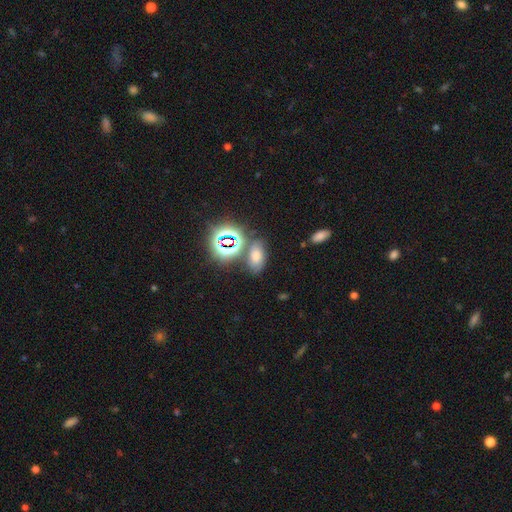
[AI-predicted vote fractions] Overall: smooth (59%; star or artifact 31%). How rounded: in between (81%). Merging: none (66%).